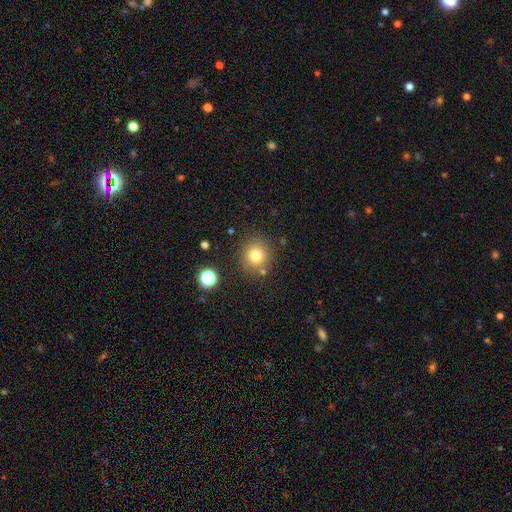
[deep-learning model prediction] A smooth galaxy with no disk features (78%) that is round (89%).

Vote fractions:
- Smooth or featured? smooth: 78% / star or artifact: 13% / featured or disk: 9%
- How rounded? round: 89% / in between: 10% / cigar-shaped: 1%
- Merging? none: 83% / minor disturbance: 9% / merger: 5% / major disturbance: 3%